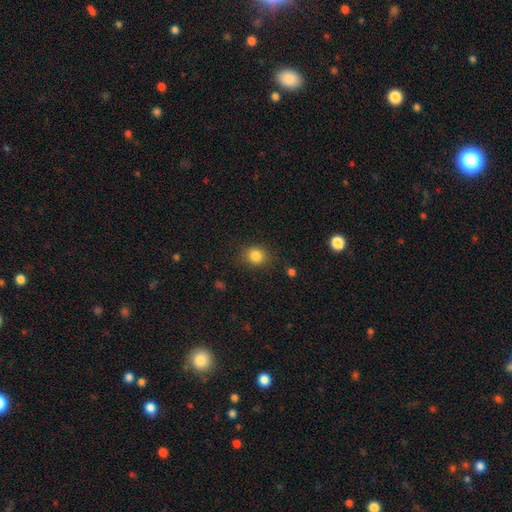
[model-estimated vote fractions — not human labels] smooth 84%, star or artifact 11%, featured or disk 5%. Down the decision tree: how rounded — round (75%); merging — none (83%).